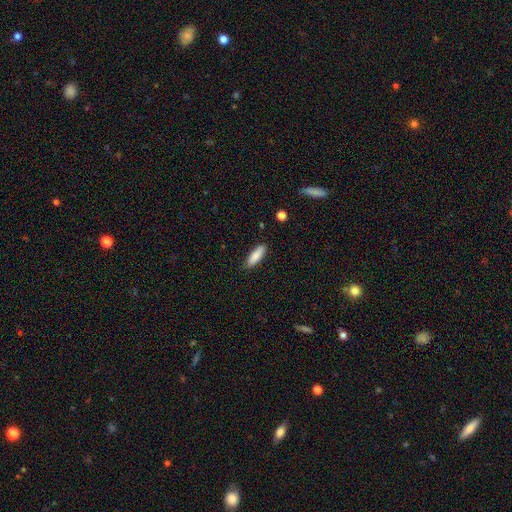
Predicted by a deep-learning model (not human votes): Morphology: type=smooth (86%); roundness=cigar-shaped (51%); merging=none (87%).